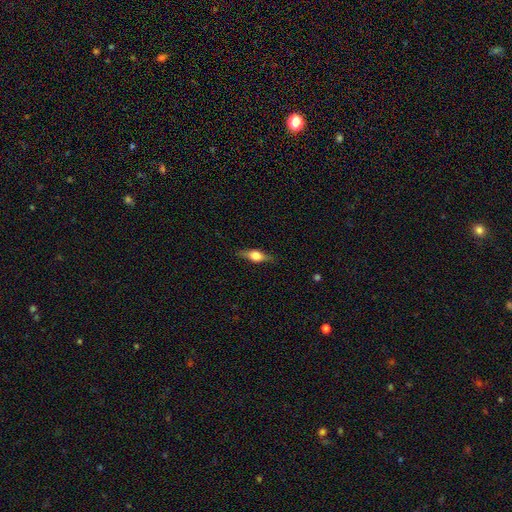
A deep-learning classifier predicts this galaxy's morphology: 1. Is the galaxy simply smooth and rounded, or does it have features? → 50% featured or disk, 43% smooth, 7% star or artifact.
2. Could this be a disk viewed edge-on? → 93% yes, 7% no.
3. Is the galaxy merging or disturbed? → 83% none, 13% minor disturbance, 3% major disturbance, 1% merger.